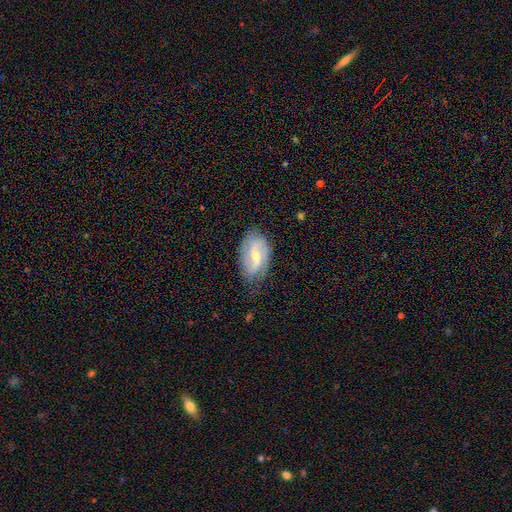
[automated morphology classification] This appears to be a featured or disk galaxy (72%) with a weak bar (51%), 2 (82%) loose (44%) spiral arms (90%) and a small central bulge (51%). Merging: none (74%).